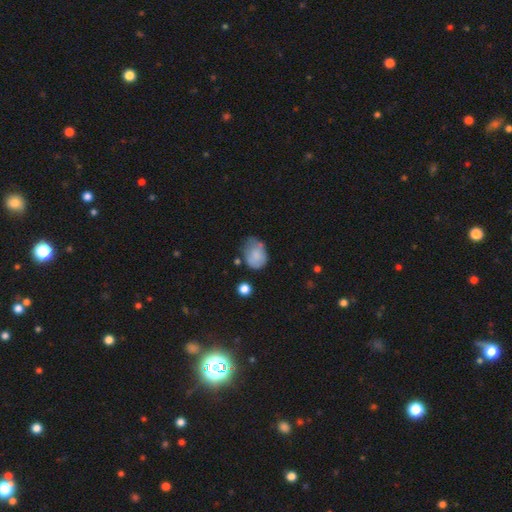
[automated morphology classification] The model was most divided on "merging": none: 43%, minor disturbance: 37%, major disturbance: 14%, merger: 7%. More confident: smooth or featured — smooth (76%); how rounded — in between (68%).